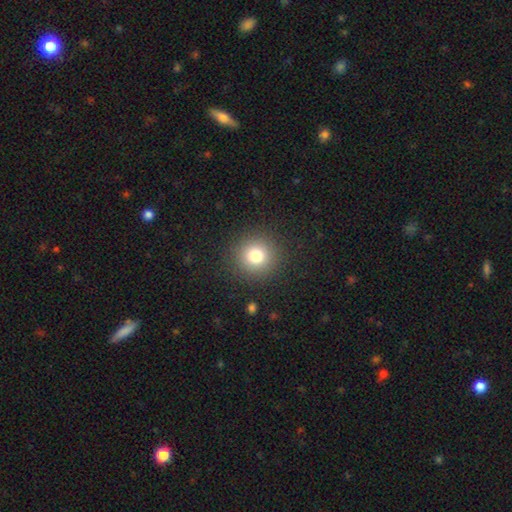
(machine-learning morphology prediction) This appears to be a smooth galaxy with no disk features (79%) that is round (94%). Merging: none (90%).